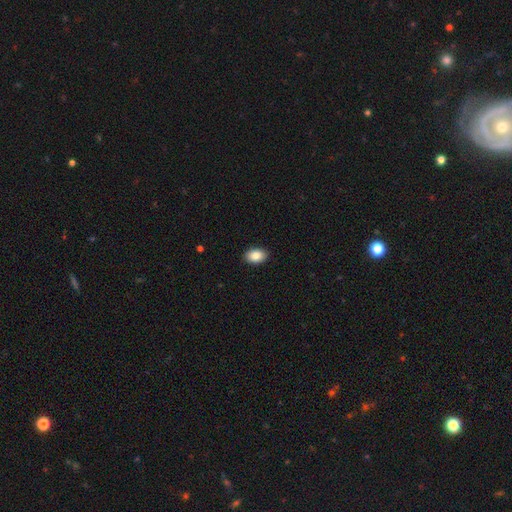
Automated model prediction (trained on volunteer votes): smooth_or_featured: smooth (p=0.88) [alt: star or artifact p=0.07]
how_rounded: in between (p=0.88) [alt: round p=0.11]
merging: none (p=0.90) [alt: minor disturbance p=0.08]